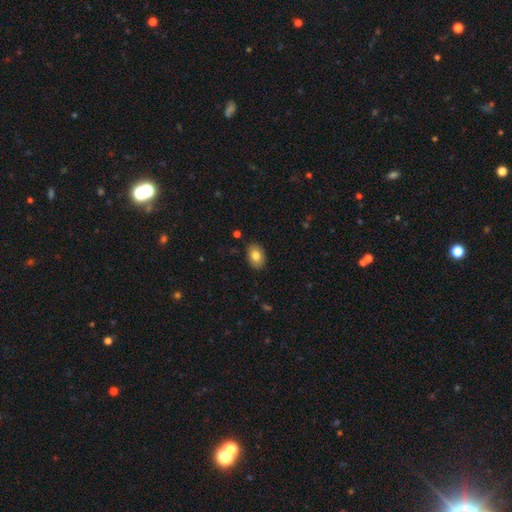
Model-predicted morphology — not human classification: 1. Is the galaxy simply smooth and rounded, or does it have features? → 81% smooth, 12% featured or disk, 8% star or artifact.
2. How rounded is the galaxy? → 82% in between, 17% round, 1% cigar-shaped.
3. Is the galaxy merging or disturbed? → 87% none, 9% minor disturbance, 2% major disturbance, 1% merger.